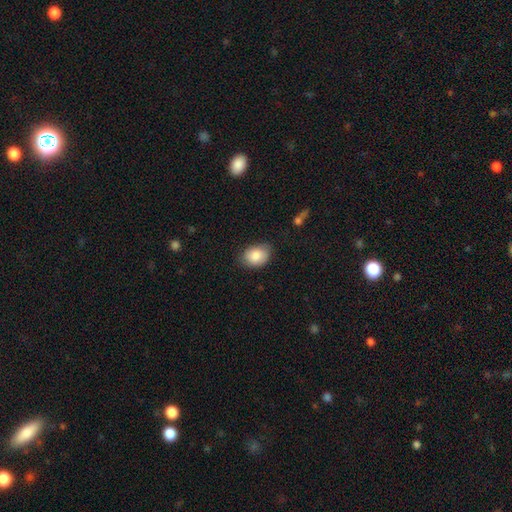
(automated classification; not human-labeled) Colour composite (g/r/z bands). It shows a smooth galaxy with no disk features (86%) that is in between round and cigar-shaped (70%). Merging: none (75%).